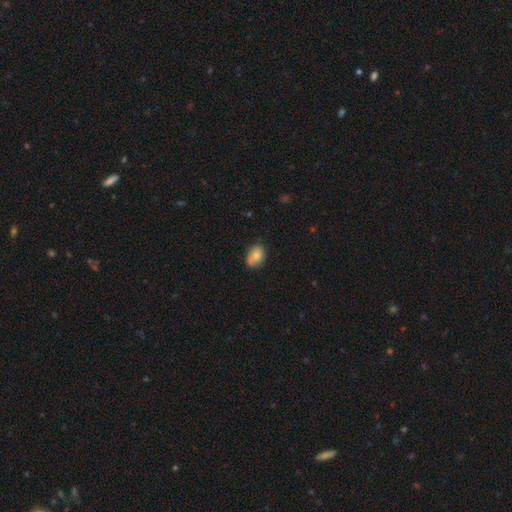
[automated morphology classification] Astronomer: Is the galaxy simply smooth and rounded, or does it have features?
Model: smooth — 76%.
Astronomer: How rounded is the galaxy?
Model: in between — 72%.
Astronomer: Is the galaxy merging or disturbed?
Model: none — 63%.